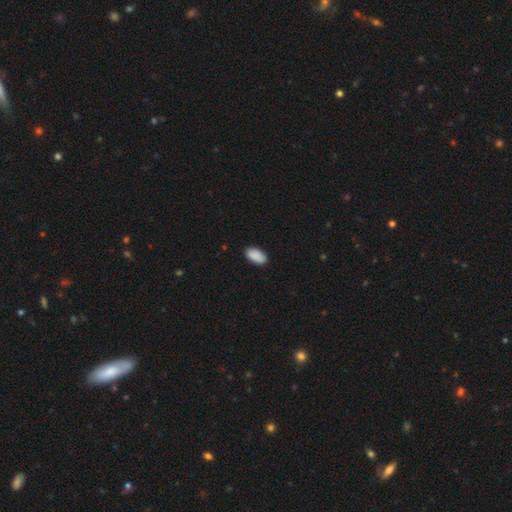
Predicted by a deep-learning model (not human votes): Overall: smooth (91%). How rounded: in between (95%). Merging: none (89%).